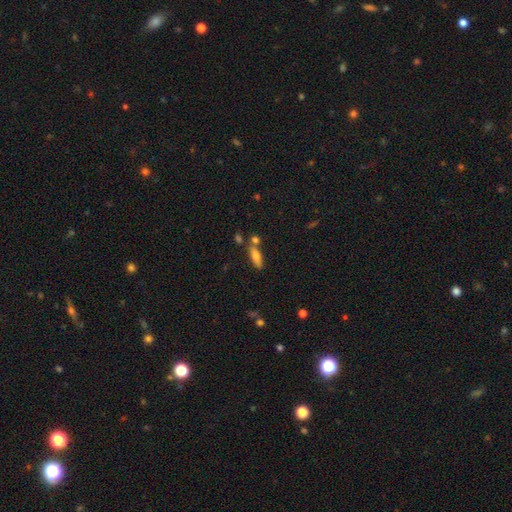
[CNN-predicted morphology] smooth-or-featured: smooth: 72% | featured or disk: 20% | star or artifact: 8%
  how-rounded: in between: 51% | cigar-shaped: 47% | round: 3%
  merging: none: 62% | merger: 19% | minor disturbance: 14% | major disturbance: 4%